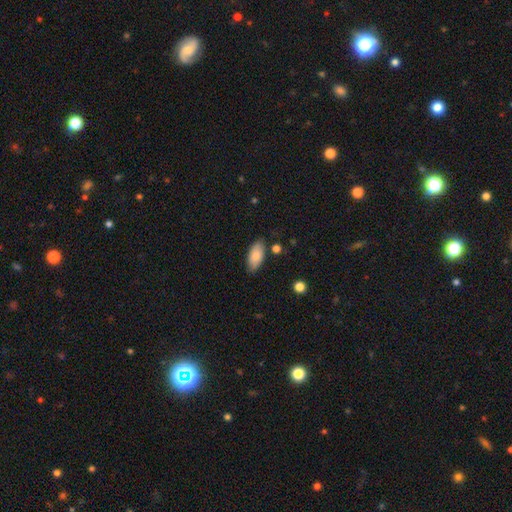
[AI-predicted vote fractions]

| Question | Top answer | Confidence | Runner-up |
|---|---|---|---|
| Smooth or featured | smooth | 83% | featured or disk (11%) |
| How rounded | in between | 89% | cigar-shaped (9%) |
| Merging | none | 80% | minor disturbance (14%) |